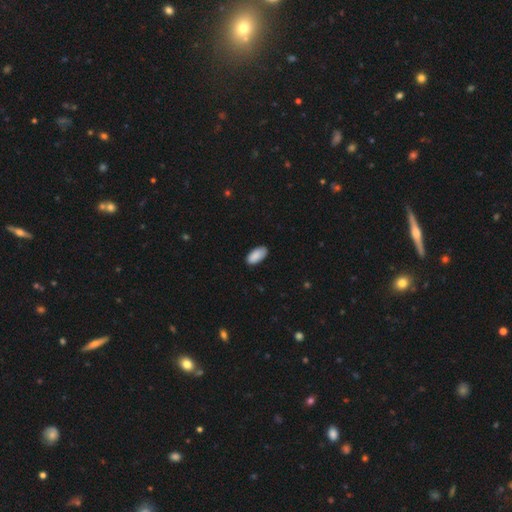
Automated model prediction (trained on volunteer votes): Smooth or featured? Predicted: smooth (p=0.89). How rounded? Predicted: in between (p=0.95). Merging? Predicted: none (p=0.84).